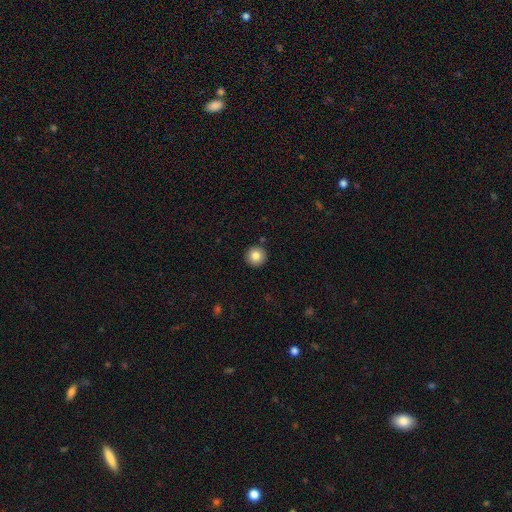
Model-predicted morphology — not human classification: The model was most divided on "smooth or featured": smooth: 83%, star or artifact: 9%, featured or disk: 8%. More confident: how rounded — round (96%); merging — none (91%).